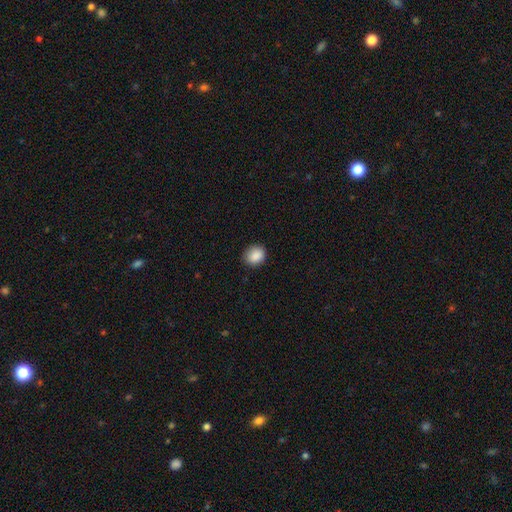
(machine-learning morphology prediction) Smooth or featured? Predicted: smooth (p=0.89). How rounded? Predicted: round (p=0.64). Merging? Predicted: none (p=0.85).